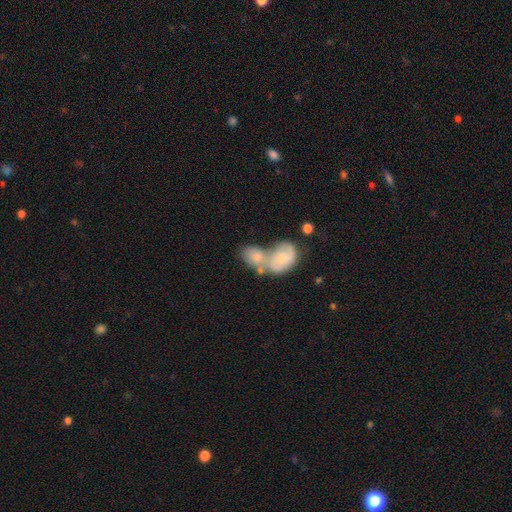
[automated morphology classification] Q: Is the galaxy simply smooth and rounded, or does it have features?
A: smooth — 59%.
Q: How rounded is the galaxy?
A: in between — 75%.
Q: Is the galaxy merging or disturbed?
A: merger — 69%.